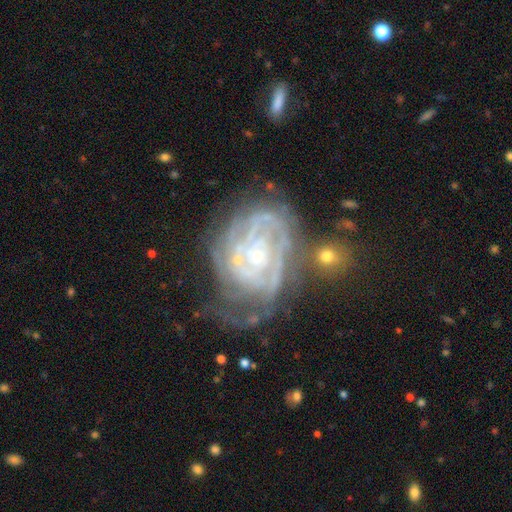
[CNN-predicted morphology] type=featured or disk (86%); edge-on=no (97%); bar=no (76%); spiral arms=yes (93%); winding=tight (72%); arm count=can't tell (37%); bulge=small (81%); merging=none (45%).